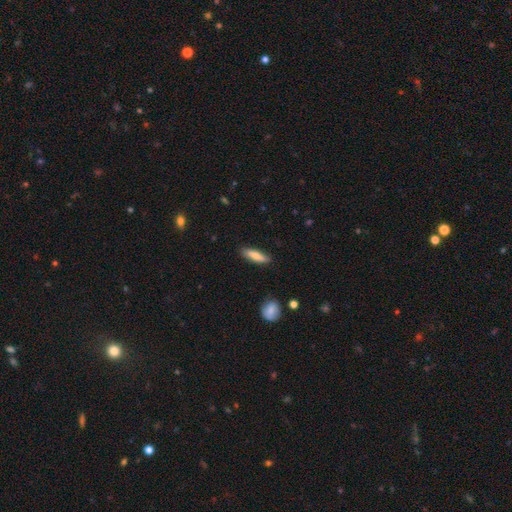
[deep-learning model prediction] Q: Smooth or featured?
A: smooth (75%); runner-up: featured or disk (19%)
Q: How rounded?
A: cigar-shaped (66%); runner-up: in between (32%)
Q: Merging?
A: none (84%); runner-up: minor disturbance (12%)